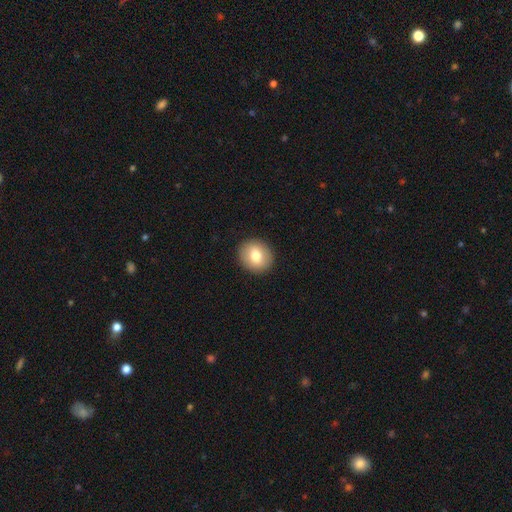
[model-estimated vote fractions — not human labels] Overall: smooth (76%). How rounded: round (77%). Merging: none (92%).